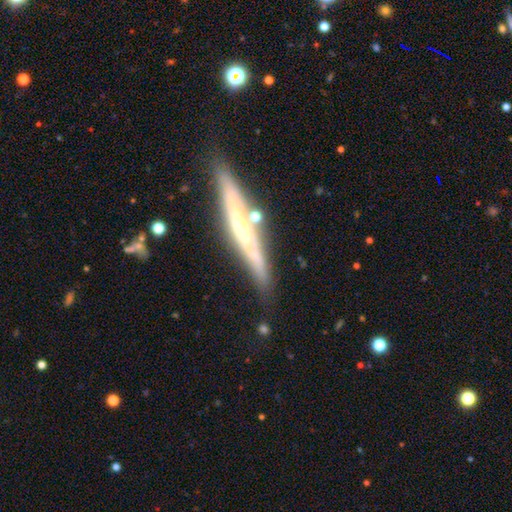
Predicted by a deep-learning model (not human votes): This is likely a featured or disk galaxy (62%). It is clearly viewed edge-on (86%). Edge-on bulge: possibly rounded (50%). Merging: likely none (76%).